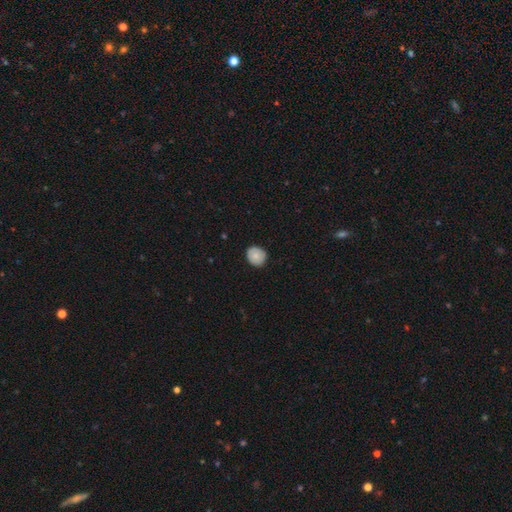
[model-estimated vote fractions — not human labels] Q: Smooth or featured?
A: smooth (79%); runner-up: featured or disk (14%)
Q: How rounded?
A: round (79%); runner-up: in between (20%)
Q: Merging?
A: none (86%); runner-up: minor disturbance (11%)